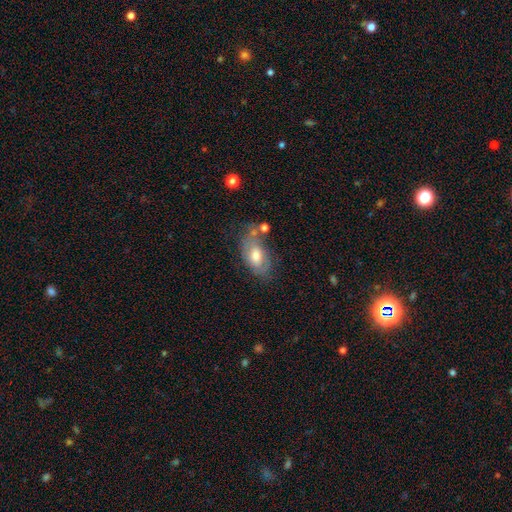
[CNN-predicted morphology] This is possibly a smooth galaxy (51%). How rounded: clearly in between (90%). Merging: marginally none (44%).